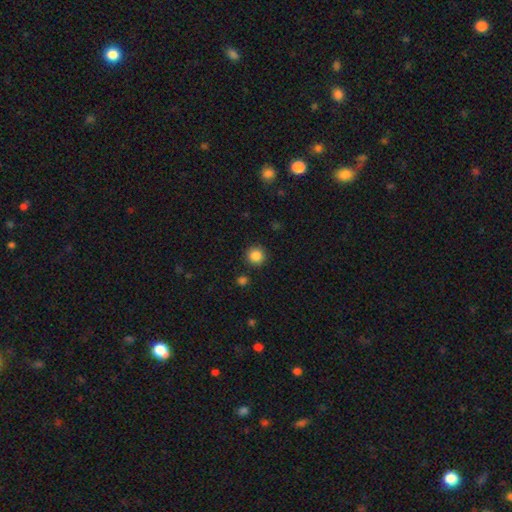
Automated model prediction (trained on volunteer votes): Smooth or featured: smooth — 86% (star or artifact — 10%)
How rounded: round — 94% (in between — 5%)
Merging: none — 90% (minor disturbance — 6%)